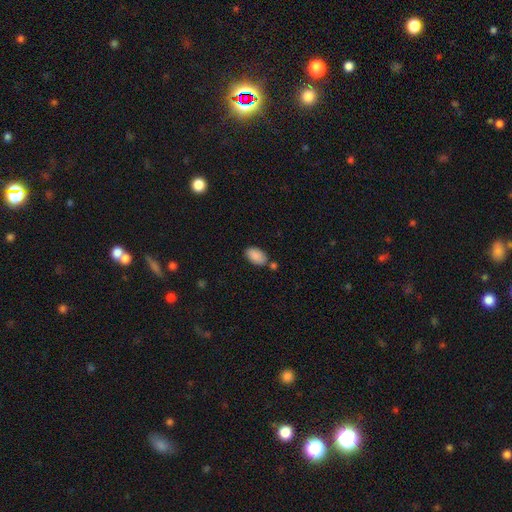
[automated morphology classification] smooth 88%, star or artifact 7%, featured or disk 5%. Down the decision tree: how rounded — in between (94%); merging — none (68%).